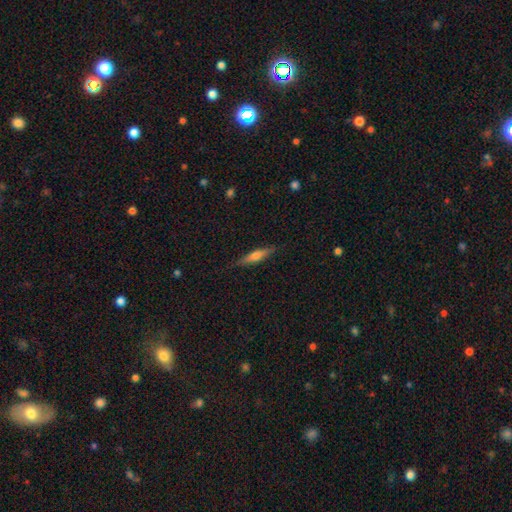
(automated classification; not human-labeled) A featured or disk galaxy (51%) viewed edge-on (95%). Merging: none (87%).